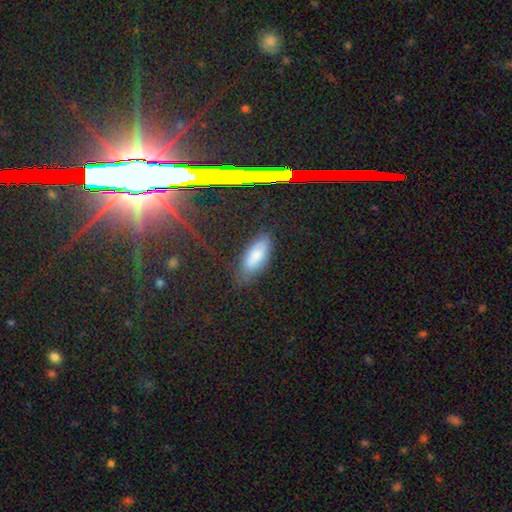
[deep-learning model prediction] This appears to be a smooth galaxy with no disk features (77%) that is in between round and cigar-shaped (79%). Merging: none (73%).